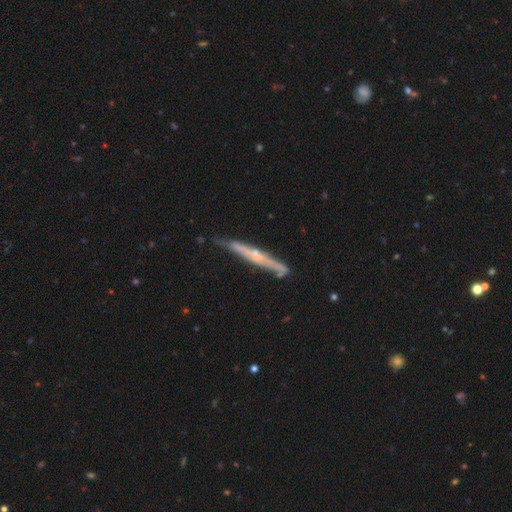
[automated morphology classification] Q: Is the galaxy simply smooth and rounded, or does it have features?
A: featured or disk — 67%.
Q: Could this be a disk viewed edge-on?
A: yes — 93%.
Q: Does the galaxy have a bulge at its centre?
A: none — 48%.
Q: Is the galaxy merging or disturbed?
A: none — 74%.